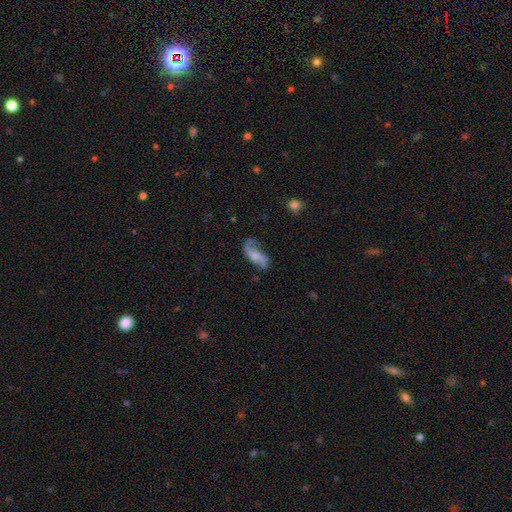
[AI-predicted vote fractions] A featured or disk galaxy (64%) with no bar (55%), 2 (86%) loose (75%) spiral arms (88%) and a small central bulge (42%).

Vote fractions:
- Smooth or featured? featured or disk: 64% / smooth: 29% / star or artifact: 7%
- Edge-on disk? no: 93% / yes: 7%
- Bar? no: 55% / weak: 35% / strong: 10%
- Spiral arms? yes: 88% / no: 12%
- Spiral winding? loose: 75% / medium: 19% / tight: 6%
- Spiral arm count? 2: 86% / 1: 6% / can't tell: 5% / 3: 1% / 4: 1% / more than 4: 1%
- Bulge size? small: 42% / moderate: 31% / none: 22% / large: 4% / dominant: 1%
- Merging? none: 54% / minor disturbance: 25% / major disturbance: 17% / merger: 4%